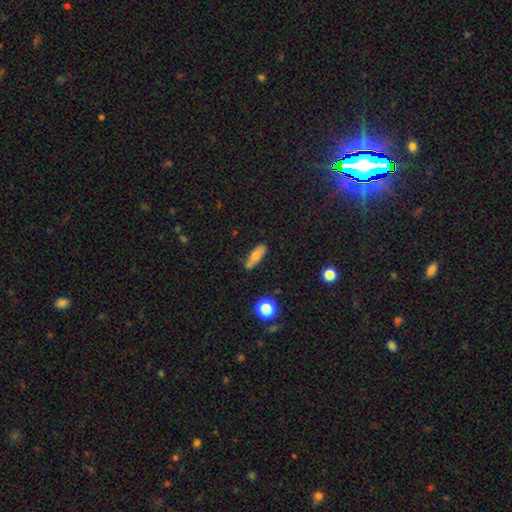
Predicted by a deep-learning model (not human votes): This is likely a smooth galaxy (72%). How rounded: possibly in between (55%). Merging: likely none (75%).